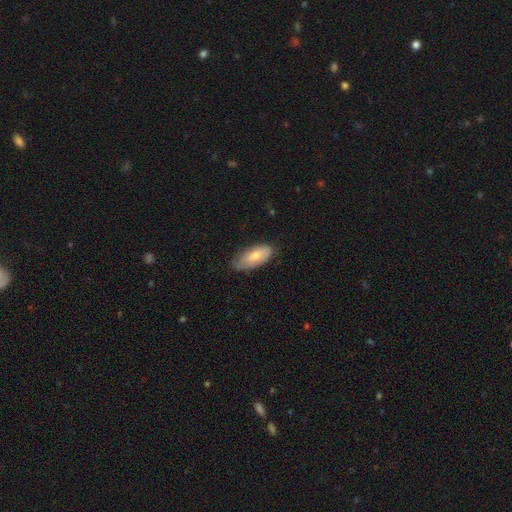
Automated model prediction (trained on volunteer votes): smooth 74%, featured or disk 20%, star or artifact 6%. Down the decision tree: how rounded — in between (88%); merging — none (64%).